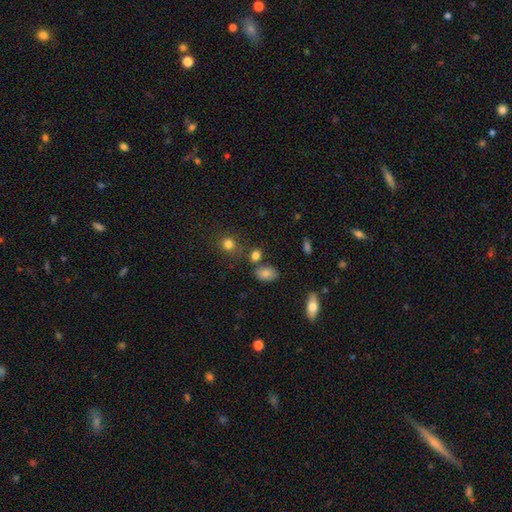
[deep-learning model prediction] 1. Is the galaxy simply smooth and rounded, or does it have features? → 80% smooth, 14% star or artifact, 7% featured or disk.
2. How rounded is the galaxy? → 52% in between, 46% round, 2% cigar-shaped.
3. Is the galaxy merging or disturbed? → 68% none, 15% merger, 12% minor disturbance, 5% major disturbance.